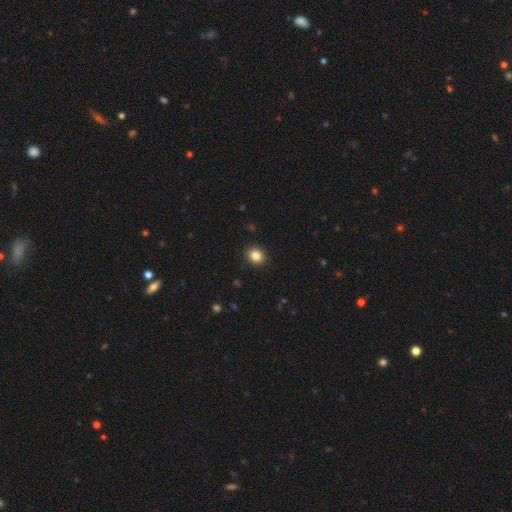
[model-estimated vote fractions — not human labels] This is clearly a smooth galaxy (85%). How rounded: likely round (76%). Merging: clearly none (92%).